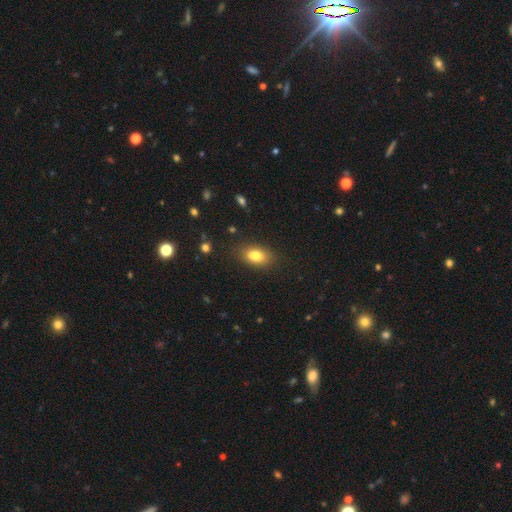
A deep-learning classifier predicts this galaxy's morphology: This appears to be a smooth galaxy with no disk features (80%) that is in between round and cigar-shaped (85%). Merging: none (80%).